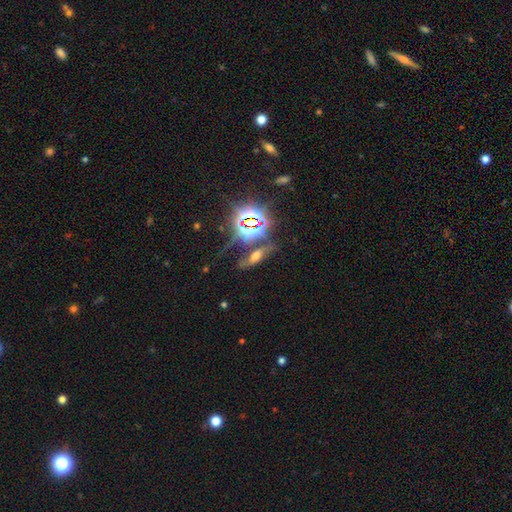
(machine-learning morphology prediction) Smooth or featured? star or artifact (42%)